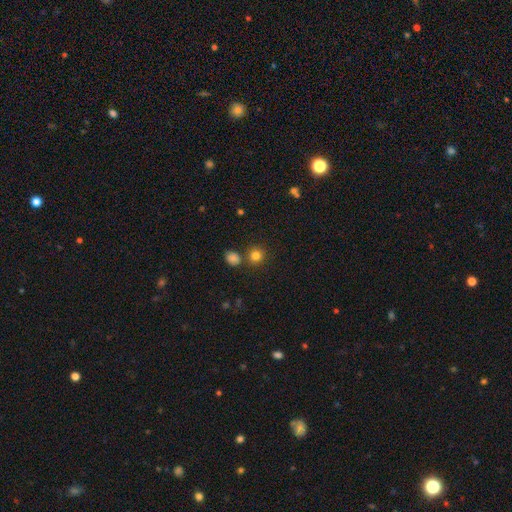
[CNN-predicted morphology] Smooth or featured? Predicted: smooth (p=0.82). How rounded? Predicted: round (p=0.87). Merging? Predicted: none (p=0.77).